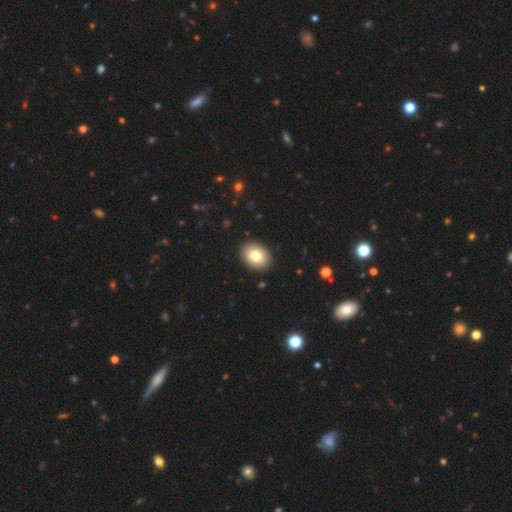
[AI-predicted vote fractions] This appears to be a smooth galaxy with no disk features (79%) that is in between round and cigar-shaped (67%). Merging: none (91%).